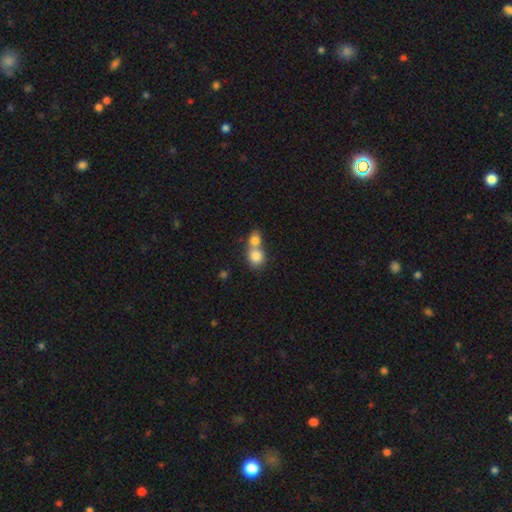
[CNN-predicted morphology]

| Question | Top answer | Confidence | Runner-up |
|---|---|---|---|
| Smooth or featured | smooth | 81% | featured or disk (10%) |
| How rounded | round | 73% | in between (26%) |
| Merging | merger | 65% | none (27%) |